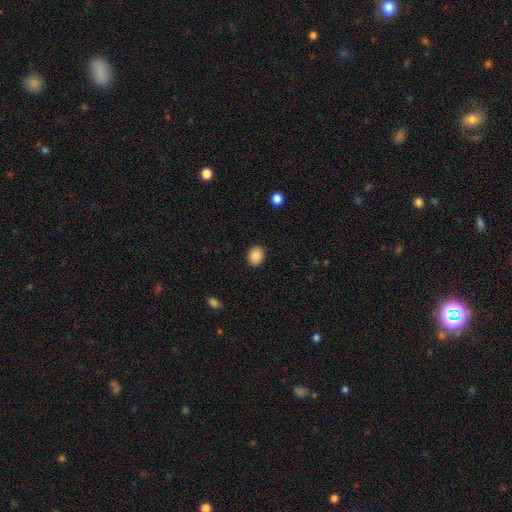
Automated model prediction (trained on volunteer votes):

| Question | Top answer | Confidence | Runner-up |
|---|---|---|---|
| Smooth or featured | smooth | 89% | star or artifact (8%) |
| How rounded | in between | 51% | round (48%) |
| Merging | none | 89% | minor disturbance (8%) |